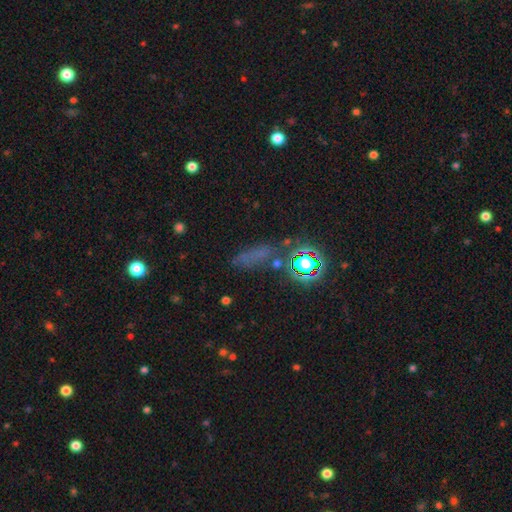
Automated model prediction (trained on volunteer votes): smooth-or-featured: star or artifact: 58% | smooth: 30% | featured or disk: 12%